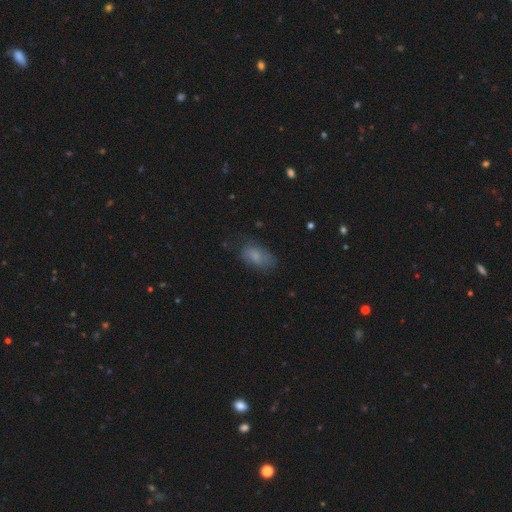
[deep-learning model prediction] Smooth or featured? Predicted: smooth (p=0.74). How rounded? Predicted: in between (p=0.90). Merging? Predicted: none (p=0.62).